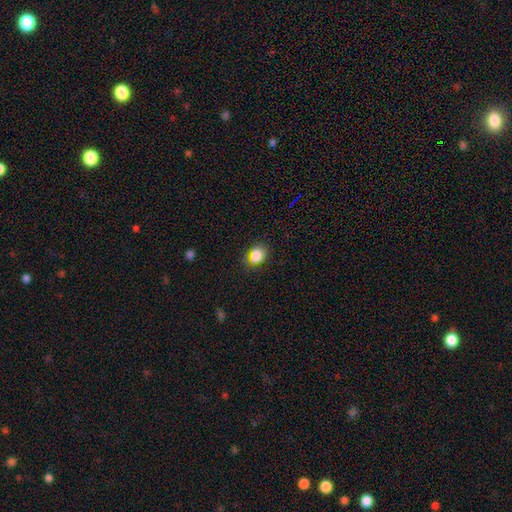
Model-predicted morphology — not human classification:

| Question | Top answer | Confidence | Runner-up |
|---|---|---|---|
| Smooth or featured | smooth | 81% | star or artifact (14%) |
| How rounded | in between | 50% | round (48%) |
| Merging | none | 75% | minor disturbance (18%) |